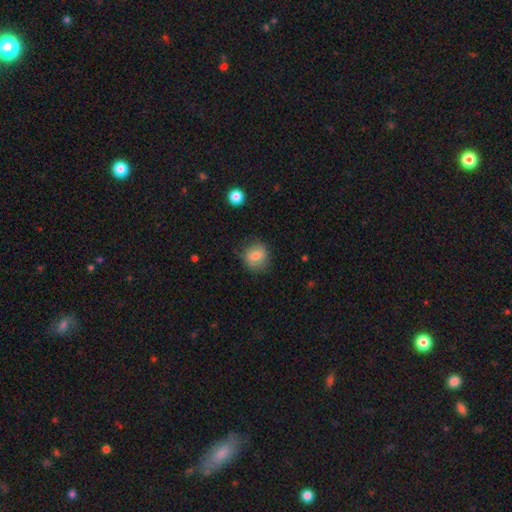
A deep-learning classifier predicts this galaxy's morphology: A smooth galaxy with no disk features (78%) that is round (81%).

Vote fractions:
- Smooth or featured? smooth: 78% / featured or disk: 13% / star or artifact: 9%
- How rounded? round: 81% / in between: 18% / cigar-shaped: 1%
- Merging? none: 80% / minor disturbance: 14% / major disturbance: 4% / merger: 1%